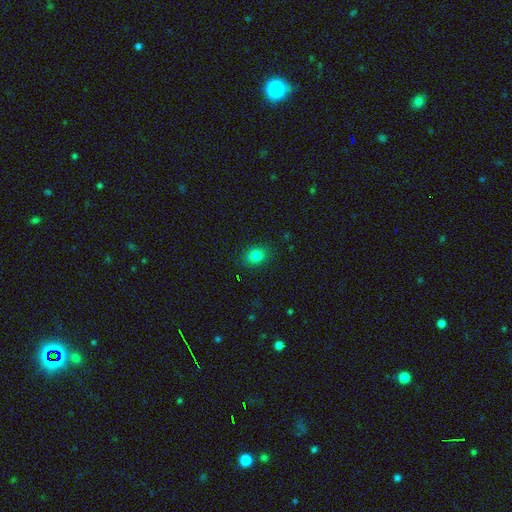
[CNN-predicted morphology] A smooth galaxy with no disk features (82%) that is in between round and cigar-shaped (55%).

Vote fractions:
- Smooth or featured? smooth: 82% / star or artifact: 12% / featured or disk: 6%
- How rounded? in between: 55% / round: 44% / cigar-shaped: 1%
- Merging? none: 87% / minor disturbance: 9% / major disturbance: 3% / merger: 1%